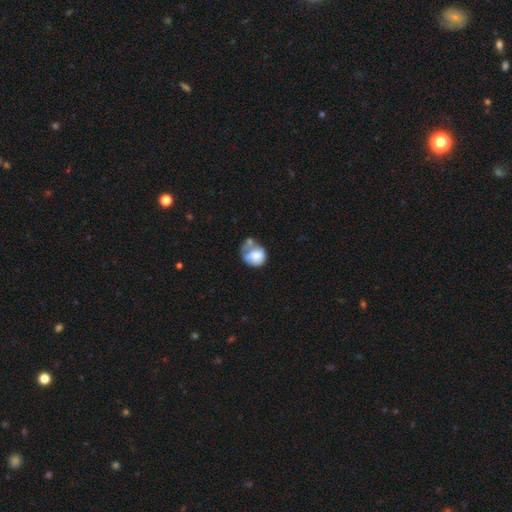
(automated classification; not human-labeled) This is likely a smooth galaxy (69%). How rounded: likely round (67%). Merging: marginally merger (33%).